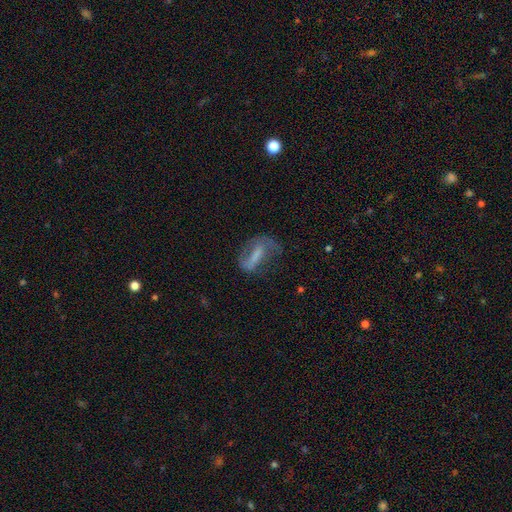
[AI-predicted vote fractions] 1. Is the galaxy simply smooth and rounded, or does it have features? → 55% featured or disk, 35% smooth, 11% star or artifact.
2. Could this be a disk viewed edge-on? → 89% no, 11% yes.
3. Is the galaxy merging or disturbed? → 44% none, 29% major disturbance, 25% minor disturbance, 3% merger.